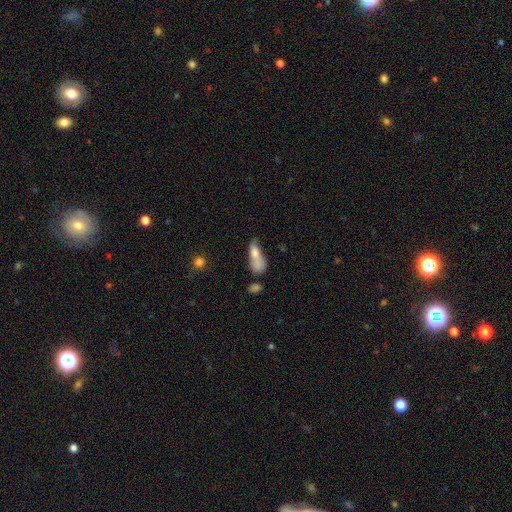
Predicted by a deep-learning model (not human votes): Overall: smooth (72%). How rounded: in between (66%; cigar-shaped 28%). Merging: merger (31%; none 23%).